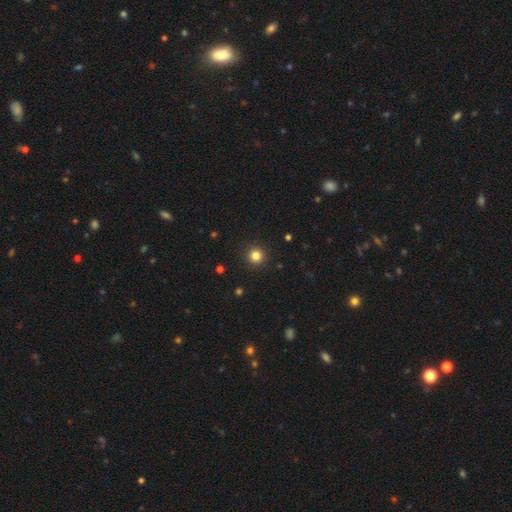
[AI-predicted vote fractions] Smooth or featured?
  - smooth: 83% *
  - star or artifact: 13%
  - featured or disk: 4%
How rounded?
  - round: 95% *
  - in between: 4%
  - cigar-shaped: 1%
Merging?
  - none: 92% *
  - minor disturbance: 5%
  - major disturbance: 2%
  - merger: 1%